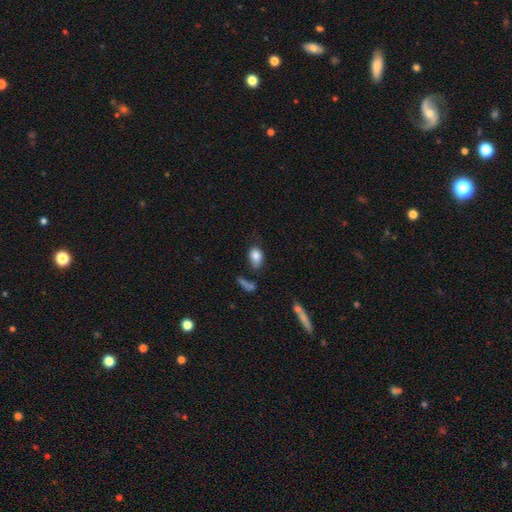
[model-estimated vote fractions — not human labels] This is clearly a smooth galaxy (84%). How rounded: clearly in between (84%). Merging: possibly none (59%).